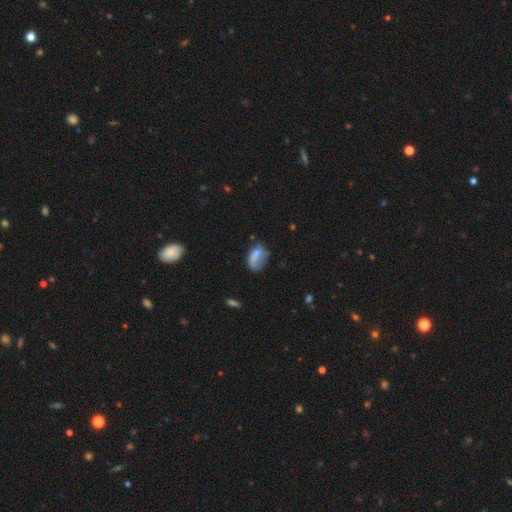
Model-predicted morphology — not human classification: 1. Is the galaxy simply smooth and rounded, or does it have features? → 67% smooth, 23% featured or disk, 10% star or artifact.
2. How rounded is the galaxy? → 83% in between, 14% round, 3% cigar-shaped.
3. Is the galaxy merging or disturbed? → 38% none, 30% minor disturbance, 28% major disturbance, 4% merger.